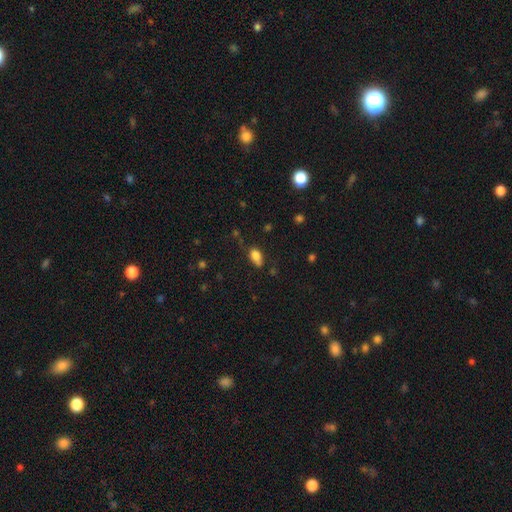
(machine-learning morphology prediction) smooth 81%, star or artifact 10%, featured or disk 10%. Down the decision tree: how rounded — in between (86%); merging — none (60%).